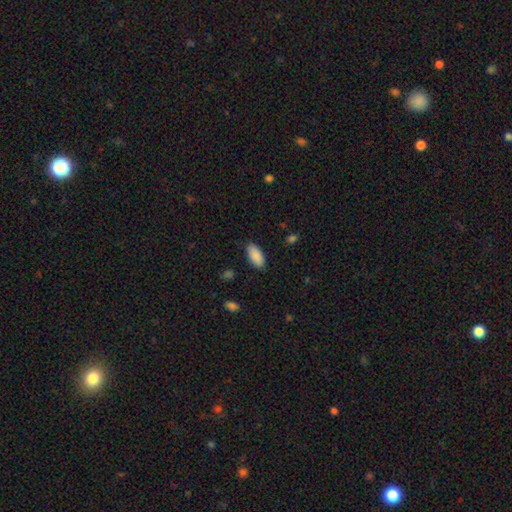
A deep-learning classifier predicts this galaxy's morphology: smooth-or-featured: smooth: 89% | star or artifact: 6% | featured or disk: 5%
  how-rounded: in between: 91% | cigar-shaped: 7% | round: 2%
  merging: none: 86% | minor disturbance: 11% | major disturbance: 2% | merger: 1%